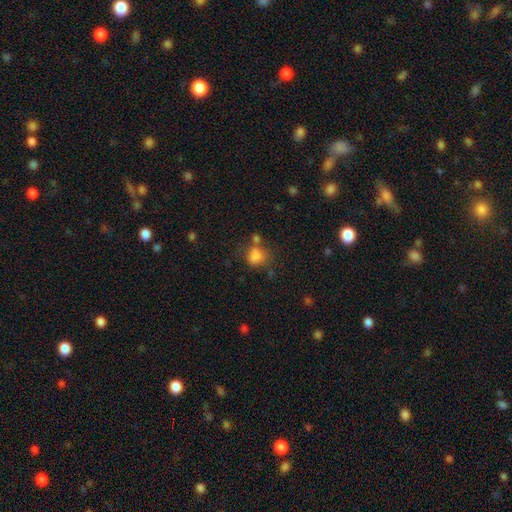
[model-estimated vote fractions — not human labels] This is likely a smooth galaxy (80%). How rounded: likely round (65%). Merging: possibly none (52%).